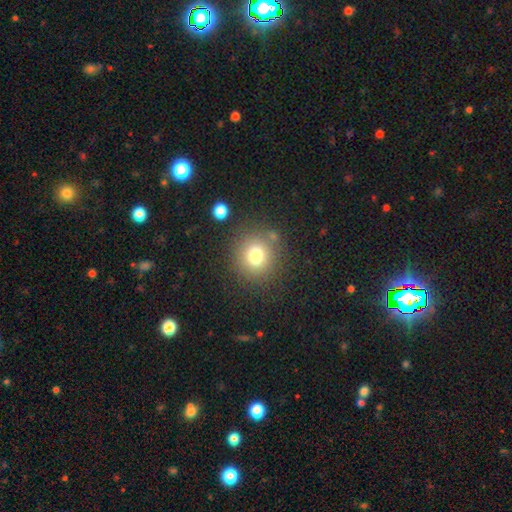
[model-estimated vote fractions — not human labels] Smooth or featured?
  - smooth: 76% *
  - star or artifact: 14%
  - featured or disk: 10%
How rounded?
  - round: 90% *
  - in between: 9%
  - cigar-shaped: 1%
Merging?
  - none: 82% *
  - minor disturbance: 9%
  - merger: 5%
  - major disturbance: 4%